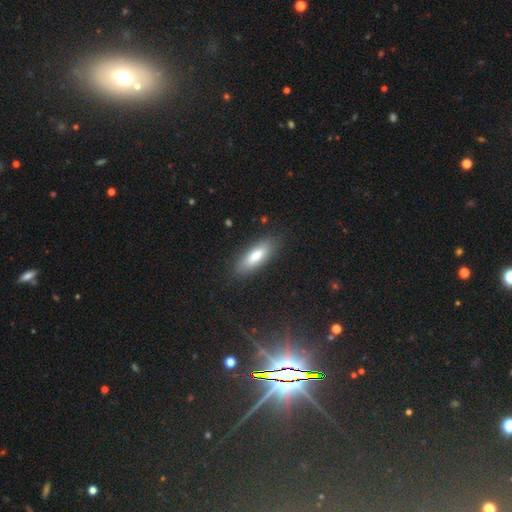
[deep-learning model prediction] Q: Smooth or featured?
A: smooth (77%); runner-up: featured or disk (15%)
Q: How rounded?
A: in between (60%); runner-up: cigar-shaped (39%)
Q: Merging?
A: none (86%); runner-up: minor disturbance (10%)